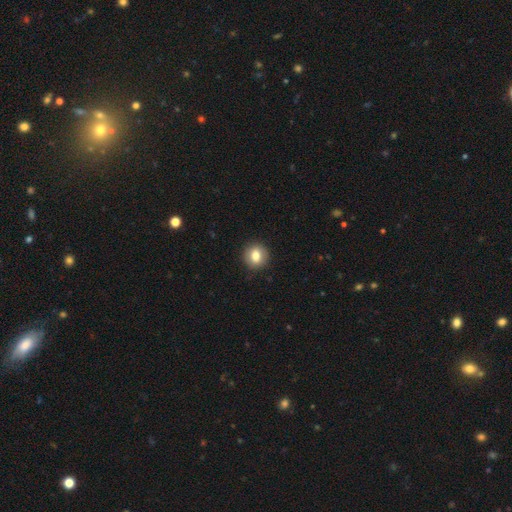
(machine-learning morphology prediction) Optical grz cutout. It shows a smooth galaxy with no disk features (80%) that is round (84%). Merging: none (91%).